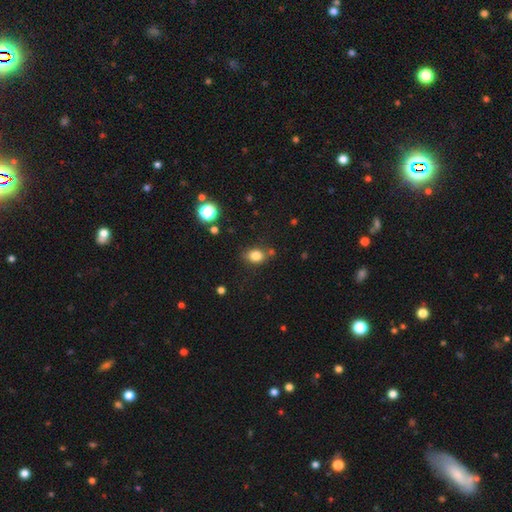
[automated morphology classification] type=smooth (81%); roundness=in between (54%); merging=none (74%).